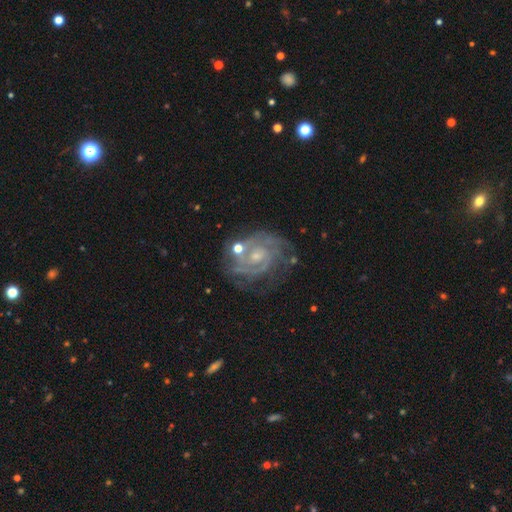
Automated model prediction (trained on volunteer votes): A featured or disk galaxy (87%) with no bar (61%), 2 (42%) tight (68%) spiral arms (96%) and a small central bulge (62%). Merging: none (66%).